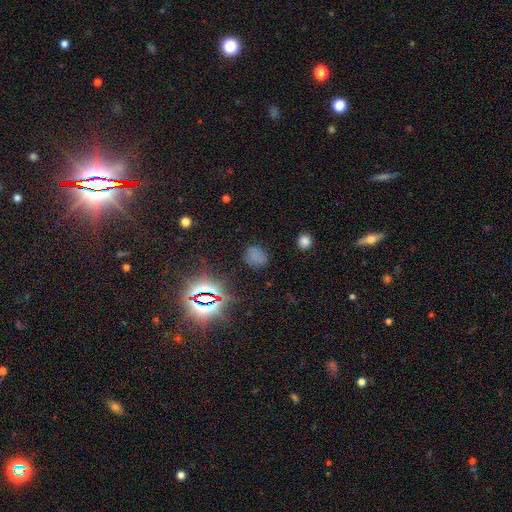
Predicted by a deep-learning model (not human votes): Q: Smooth or featured?
A: smooth (62%); runner-up: star or artifact (30%)
Q: How rounded?
A: round (56%); runner-up: in between (43%)
Q: Merging?
A: none (77%); runner-up: minor disturbance (15%)